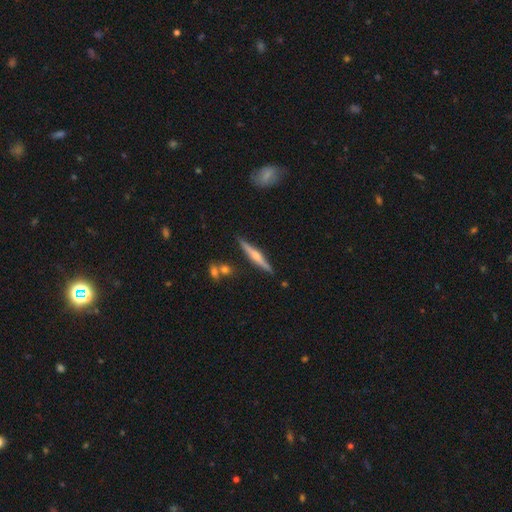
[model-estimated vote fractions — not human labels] Overall: featured or disk (63%; smooth 30%). Edge-on disk: yes (97%). Edge-on bulge: rounded (79%). Merging: none (87%).